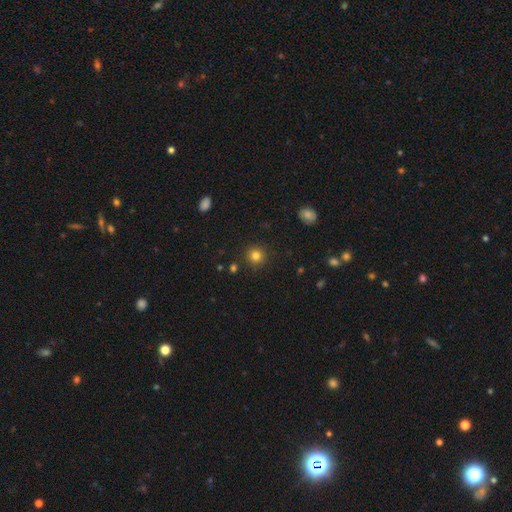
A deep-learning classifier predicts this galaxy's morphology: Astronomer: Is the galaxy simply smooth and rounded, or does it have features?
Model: smooth — 81%.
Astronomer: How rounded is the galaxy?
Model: round — 94%.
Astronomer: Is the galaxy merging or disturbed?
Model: none — 90%.